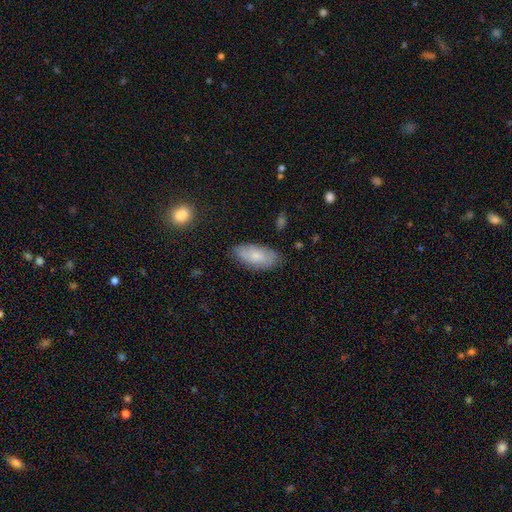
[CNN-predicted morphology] A smooth galaxy with no disk features (64%) that is in between round and cigar-shaped (90%). Merging: none (76%).